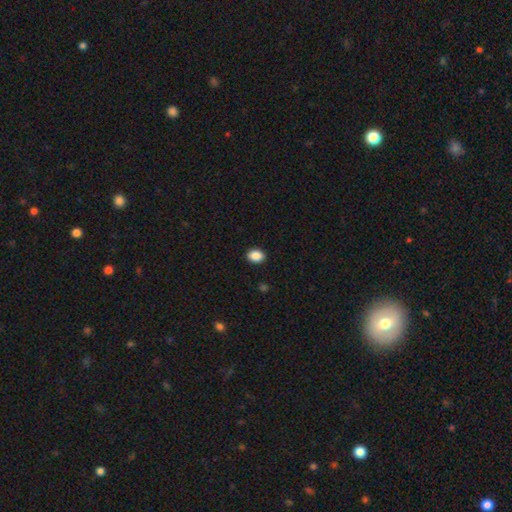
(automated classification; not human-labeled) Smooth or featured? smooth (90%)
How rounded? in between (75%)
Merging? none (91%)